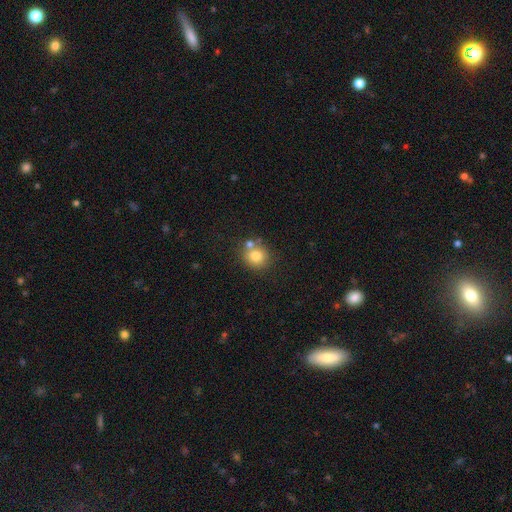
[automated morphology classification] Smooth or featured? smooth (80%)
How rounded? round (84%)
Merging? none (65%)